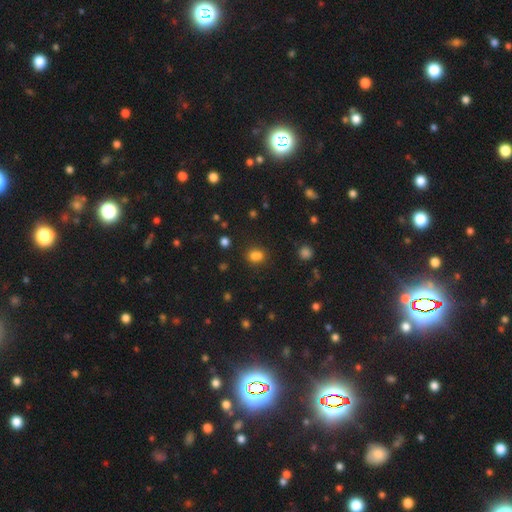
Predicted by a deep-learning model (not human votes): Smooth or featured? Predicted: smooth (p=0.75). How rounded? Predicted: in between (p=0.52). Merging? Predicted: none (p=0.57).